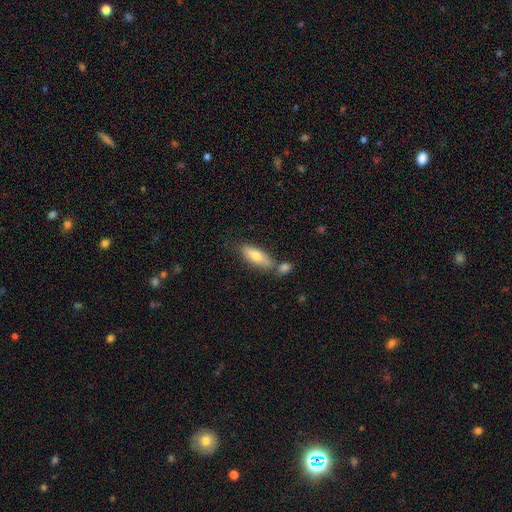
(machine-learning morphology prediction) type=smooth (72%); roundness=in between (63%); merging=none (62%).